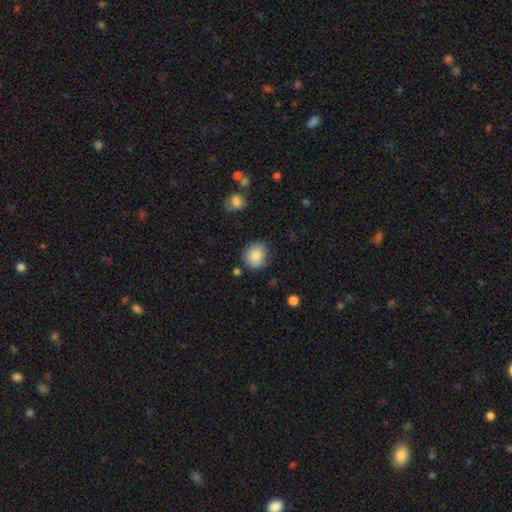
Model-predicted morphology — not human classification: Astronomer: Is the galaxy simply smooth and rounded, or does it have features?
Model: smooth — 84%.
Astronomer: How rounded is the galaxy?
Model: round — 85%.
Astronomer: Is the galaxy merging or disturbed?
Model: none — 76%.